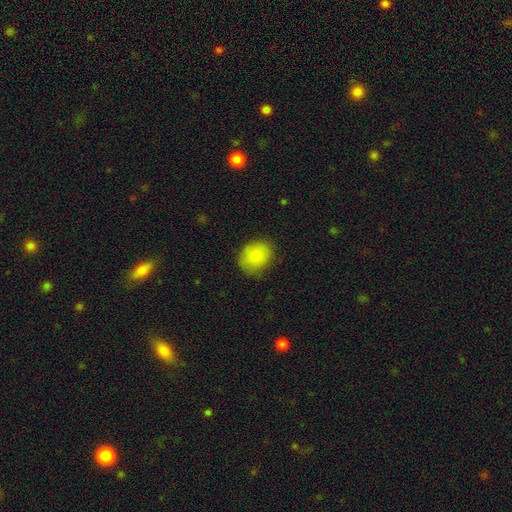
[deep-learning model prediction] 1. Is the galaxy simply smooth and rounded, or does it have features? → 84% smooth, 8% star or artifact, 8% featured or disk.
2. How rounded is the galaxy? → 64% round, 35% in between, 1% cigar-shaped.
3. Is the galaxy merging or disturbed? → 78% none, 17% minor disturbance, 4% major disturbance, 1% merger.